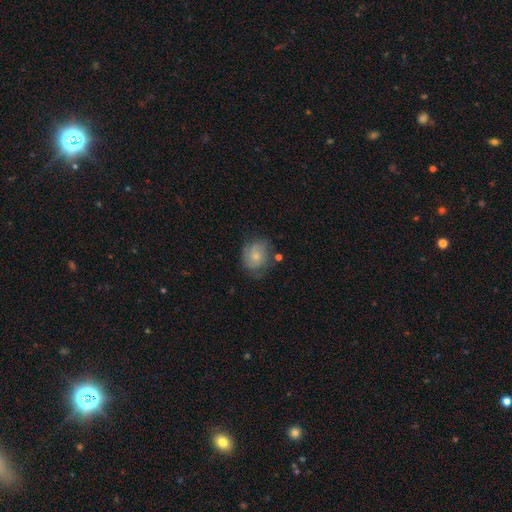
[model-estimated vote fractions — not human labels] This is possibly a featured or disk galaxy (48%). Merging: likely none (63%).